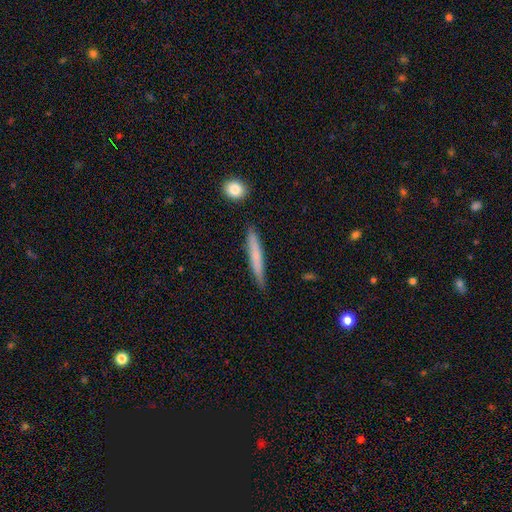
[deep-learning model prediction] Overall: smooth (64%; featured or disk 30%). How rounded: cigar-shaped (95%). Merging: none (86%).